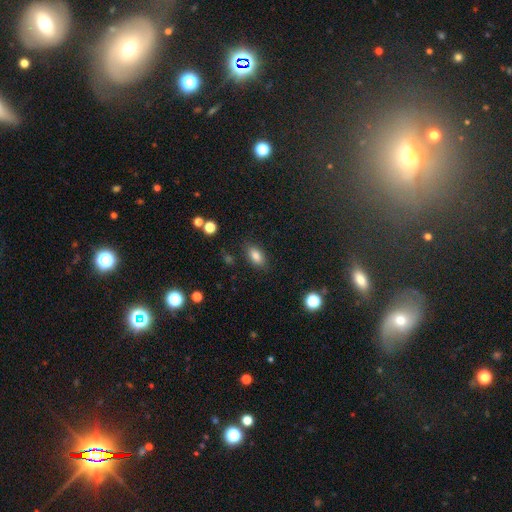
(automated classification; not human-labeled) Smooth or featured: smooth — 83% (star or artifact — 10%)
How rounded: in between — 89% (round — 6%)
Merging: none — 84% (minor disturbance — 11%)